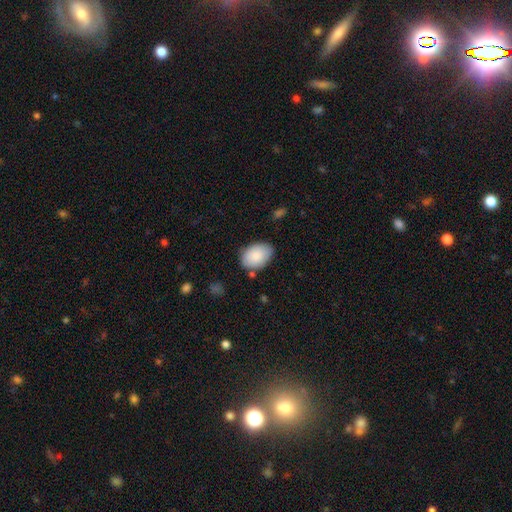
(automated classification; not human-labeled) Overall: smooth (86%). How rounded: in between (85%). Merging: none (77%).